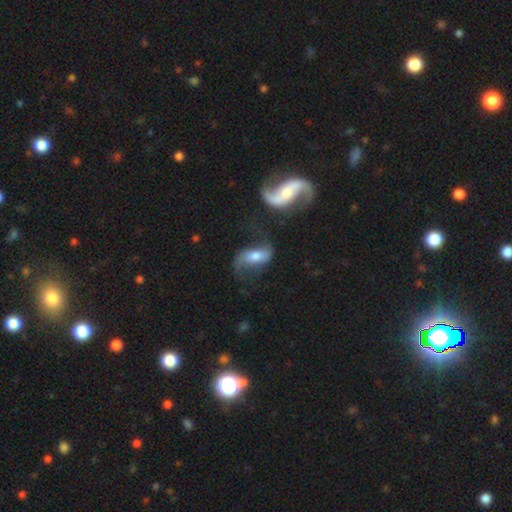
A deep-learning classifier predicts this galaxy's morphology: This is likely a featured or disk galaxy (72%). It is clearly not viewed edge-on (94%). Bar: marginally weak (40%). Spiral arm pattern: clearly yes (91%). Spiral arm count: clearly 2 (88%). Spiral winding: likely loose (74%). Central bulge: possibly moderate (51%). Merging: possibly none (48%).